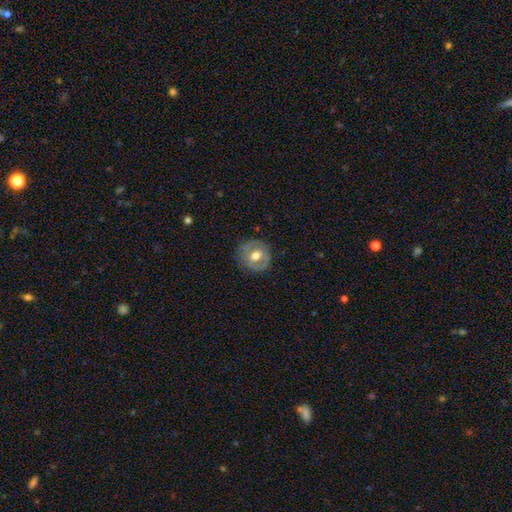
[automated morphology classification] Smooth or featured? smooth (50%)
How rounded? round (84%)
Merging? none (82%)